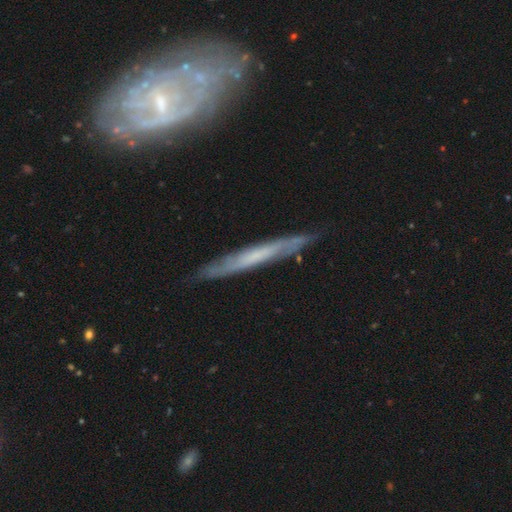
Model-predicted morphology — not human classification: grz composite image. It shows a featured or disk galaxy (62%) viewed edge-on (80%). Merging: none (81%).